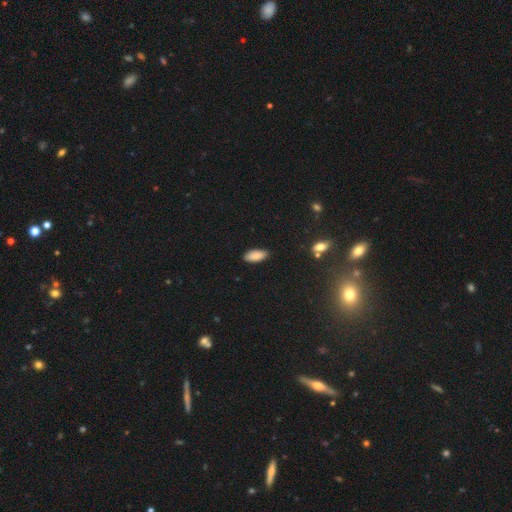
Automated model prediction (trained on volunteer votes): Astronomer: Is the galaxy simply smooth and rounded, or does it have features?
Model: smooth — 86%.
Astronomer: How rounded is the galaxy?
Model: in between — 87%.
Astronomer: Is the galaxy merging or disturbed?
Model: none — 87%.